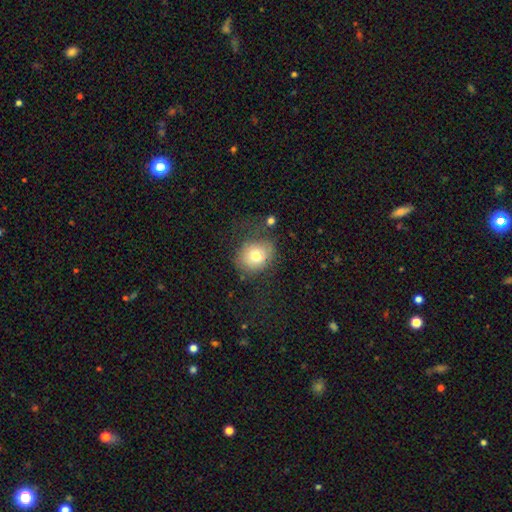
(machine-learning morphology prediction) smooth-or-featured: smooth: 72% | featured or disk: 17% | star or artifact: 11%
  how-rounded: round: 70% | in between: 29% | cigar-shaped: 1%
  merging: none: 61% | minor disturbance: 20% | major disturbance: 16% | merger: 3%